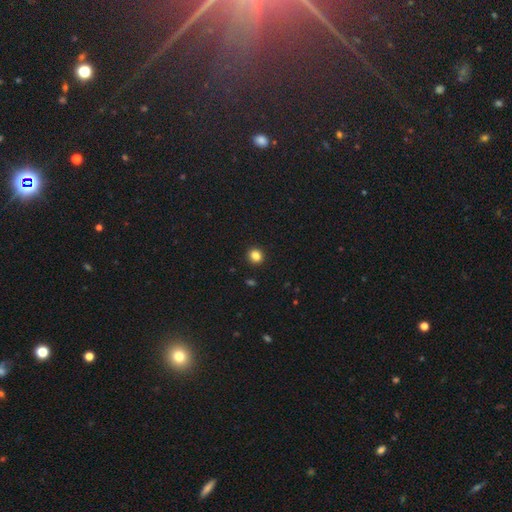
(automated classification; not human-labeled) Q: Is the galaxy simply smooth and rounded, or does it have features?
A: smooth — 84%.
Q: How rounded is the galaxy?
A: round — 82%.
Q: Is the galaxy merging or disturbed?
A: none — 93%.